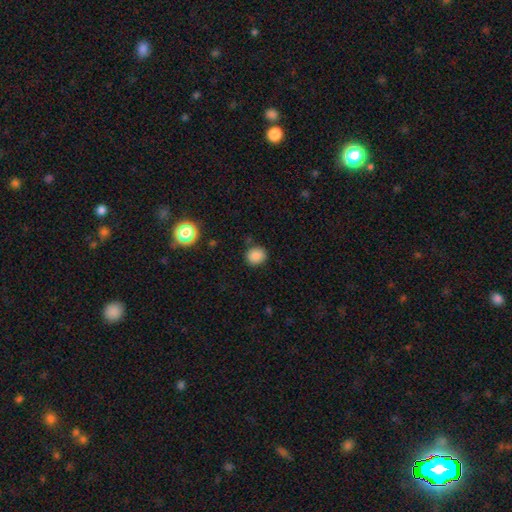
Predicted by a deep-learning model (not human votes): This appears to be a smooth galaxy with no disk features (86%) that is round (82%). Merging: none (85%).